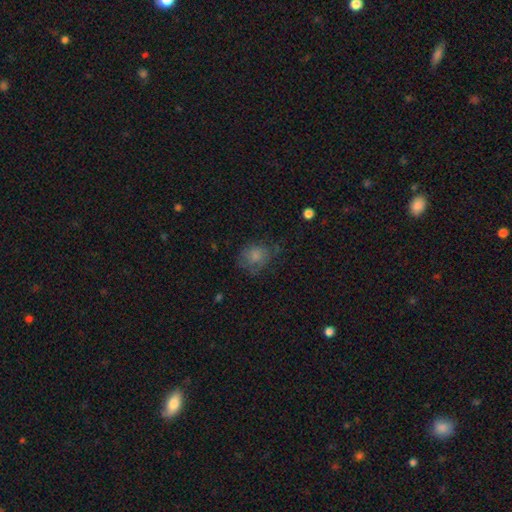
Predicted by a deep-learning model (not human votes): smooth_or_featured: smooth (p=0.72) [alt: featured or disk p=0.16]
how_rounded: round (p=0.63) [alt: in between p=0.36]
merging: none (p=0.54) [alt: minor disturbance p=0.27]